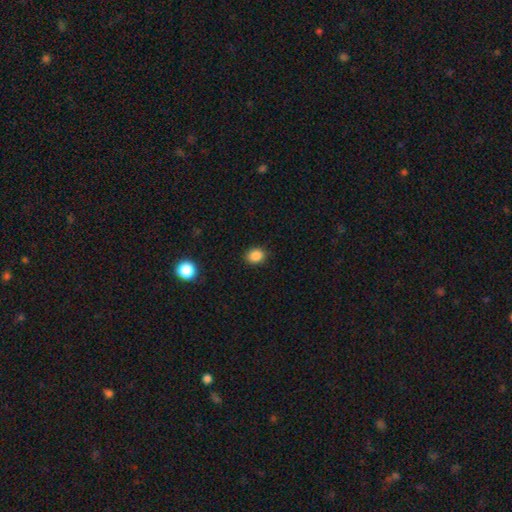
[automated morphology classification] smooth_or_featured: smooth (p=0.87) [alt: star or artifact p=0.10]
how_rounded: round (p=0.54) [alt: in between p=0.45]
merging: none (p=0.89) [alt: minor disturbance p=0.08]